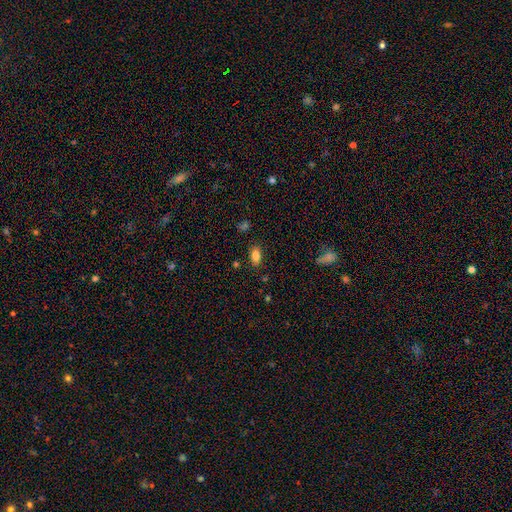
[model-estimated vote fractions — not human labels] Q: Smooth or featured?
A: smooth (84%); runner-up: star or artifact (10%)
Q: How rounded?
A: in between (88%); runner-up: round (8%)
Q: Merging?
A: none (83%); runner-up: minor disturbance (12%)